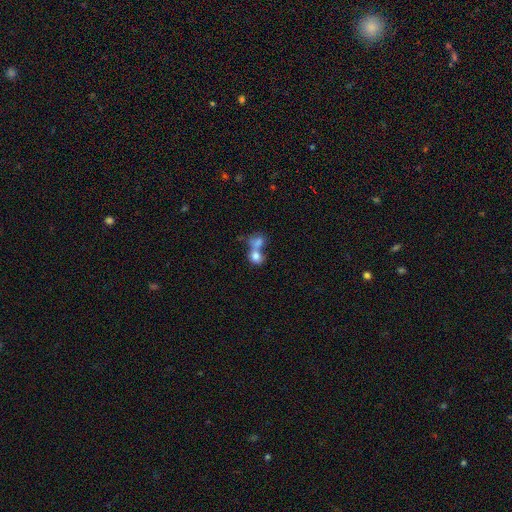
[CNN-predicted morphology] A smooth galaxy with no disk features (77%) that is round (60%). Merging: merger (69%).